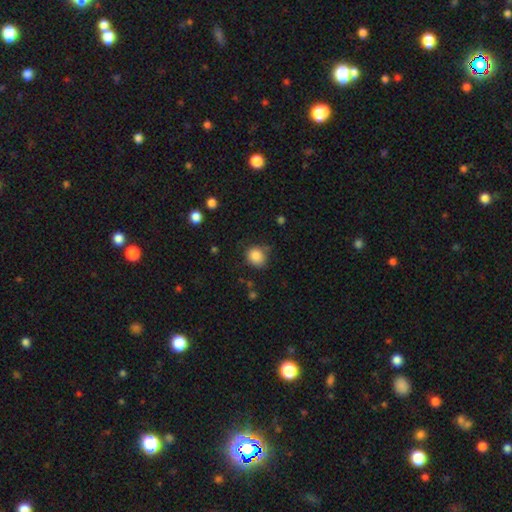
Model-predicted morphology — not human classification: Smooth or featured?
  - smooth: 85% *
  - star or artifact: 10%
  - featured or disk: 5%
How rounded?
  - round: 78% *
  - in between: 21%
  - cigar-shaped: 1%
Merging?
  - none: 75% *
  - minor disturbance: 17%
  - major disturbance: 5%
  - merger: 3%